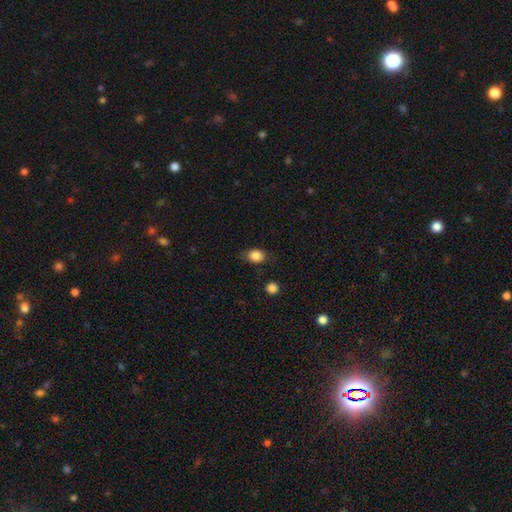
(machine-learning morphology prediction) Smooth or featured?
  - smooth: 86% *
  - star or artifact: 9%
  - featured or disk: 5%
How rounded?
  - in between: 63% *
  - round: 36%
  - cigar-shaped: 2%
Merging?
  - none: 73% *
  - minor disturbance: 20%
  - major disturbance: 6%
  - merger: 2%